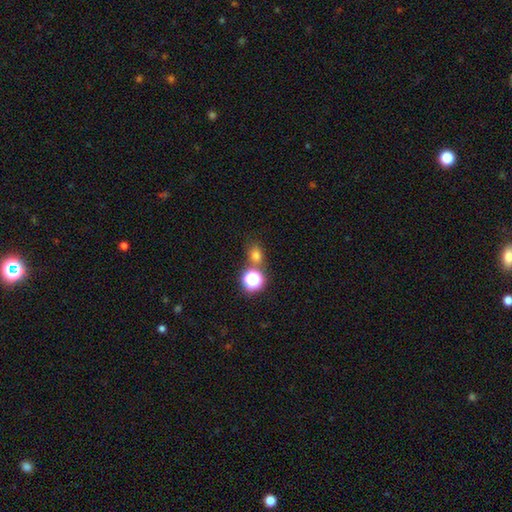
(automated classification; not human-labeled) smooth_or_featured: smooth (p=0.70) [alt: star or artifact p=0.23]
how_rounded: round (p=0.60) [alt: in between p=0.39]
merging: none (p=0.69) [alt: merger p=0.17]